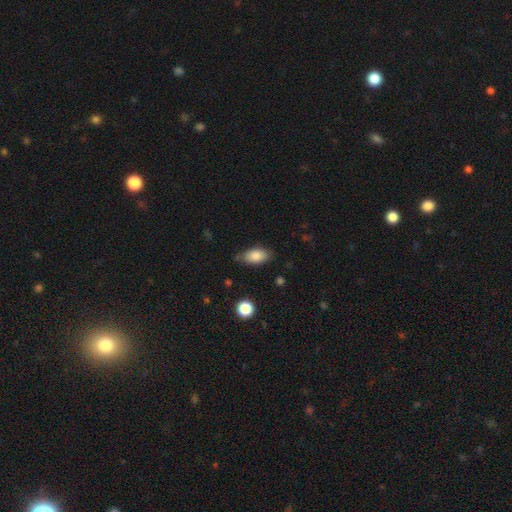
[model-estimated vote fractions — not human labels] Overall: smooth (84%). How rounded: in between (91%). Merging: none (74%).